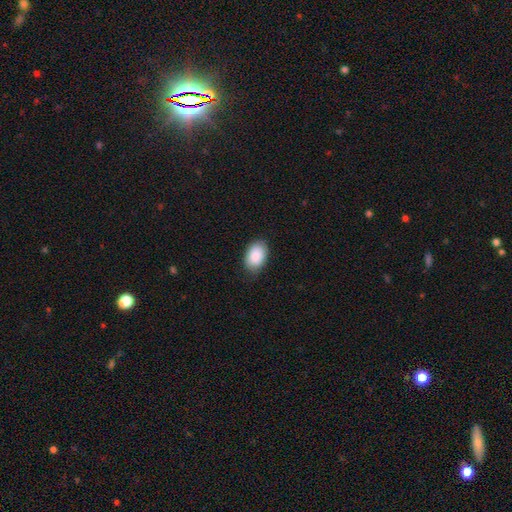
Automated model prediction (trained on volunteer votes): Morphology: type=smooth (90%); roundness=in between (91%); merging=none (81%).